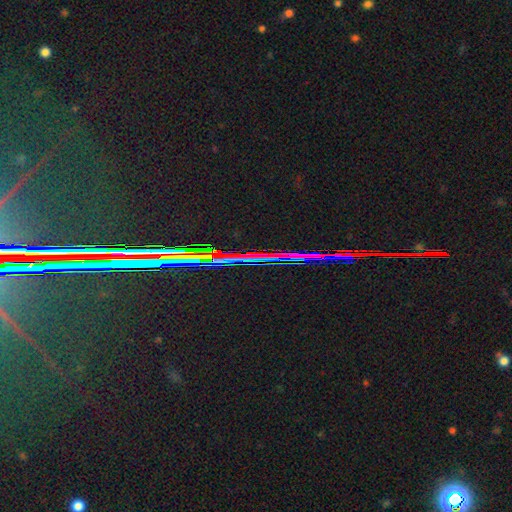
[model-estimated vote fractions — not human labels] The model was most divided on "smooth or featured": star or artifact: 84%, featured or disk: 9%, smooth: 7%.